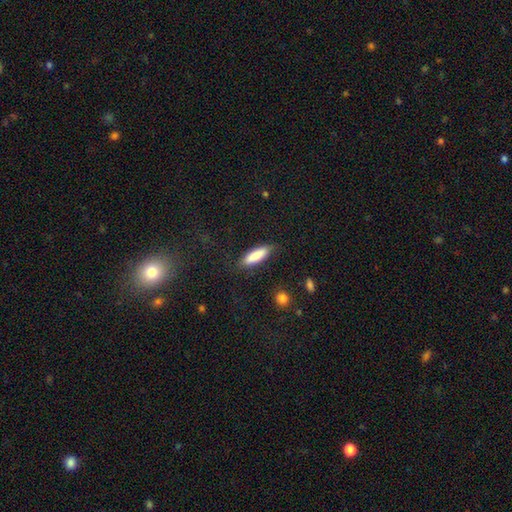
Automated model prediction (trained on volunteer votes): smooth-or-featured: smooth: 84% | featured or disk: 10% | star or artifact: 6%
  how-rounded: cigar-shaped: 56% | in between: 42% | round: 2%
  merging: none: 83% | minor disturbance: 13% | major disturbance: 3% | merger: 1%